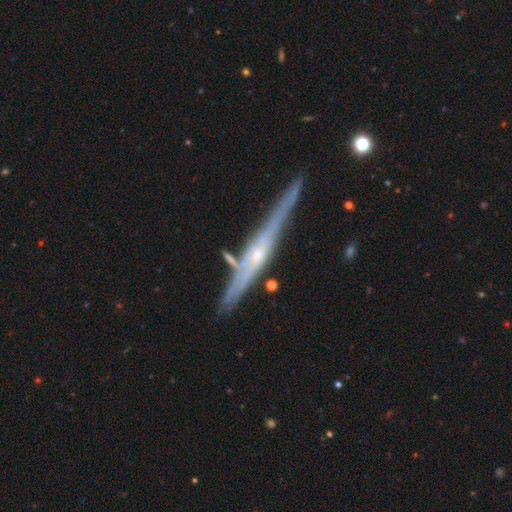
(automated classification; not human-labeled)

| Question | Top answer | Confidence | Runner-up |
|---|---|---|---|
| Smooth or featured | featured or disk | 80% | smooth (14%) |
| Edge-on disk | yes | 96% | no (4%) |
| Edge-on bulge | rounded | 63% | none (25%) |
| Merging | none | 79% | minor disturbance (14%) |